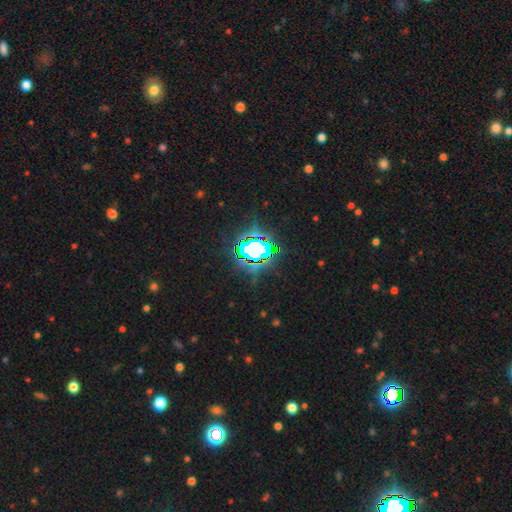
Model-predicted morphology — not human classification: This appears to be a star or artifact, not a galaxy (73%).